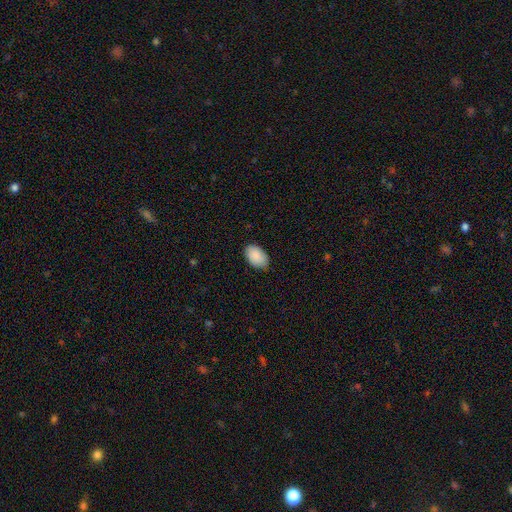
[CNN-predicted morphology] A smooth galaxy with no disk features (90%) that is in between round and cigar-shaped (91%). Merging: none (81%).